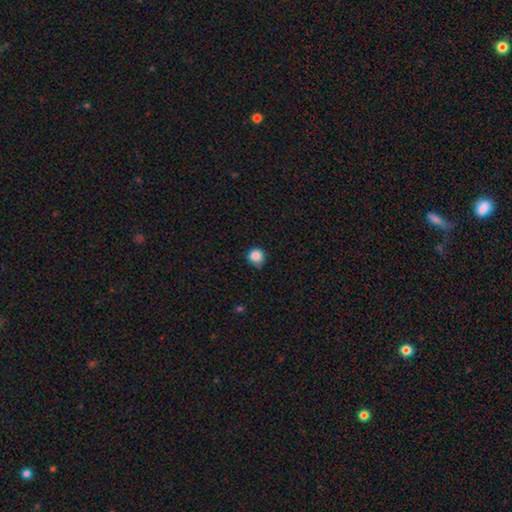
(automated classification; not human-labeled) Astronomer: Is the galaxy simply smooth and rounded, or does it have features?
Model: smooth — 86%.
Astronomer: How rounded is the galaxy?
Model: round — 92%.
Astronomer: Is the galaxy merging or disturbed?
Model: none — 77%.